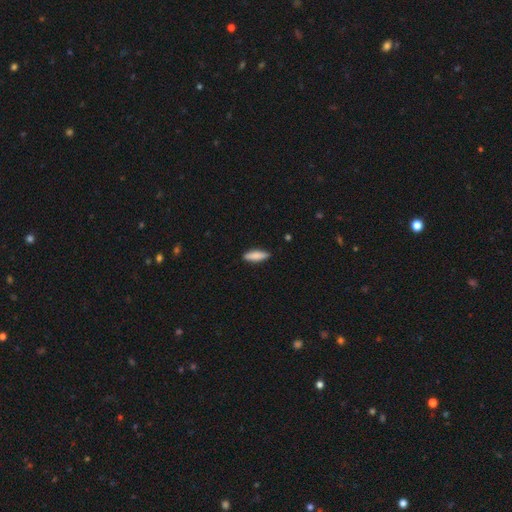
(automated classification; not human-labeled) The model was most divided on "how rounded": cigar-shaped: 59%, in between: 39%, round: 2%. More confident: merging — none (88%); smooth or featured — smooth (85%).